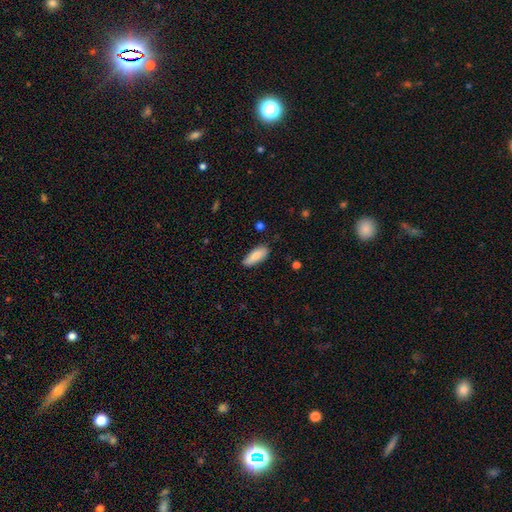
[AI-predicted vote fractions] Smooth or featured: smooth — 85% (featured or disk — 9%)
How rounded: in between — 76% (cigar-shaped — 22%)
Merging: none — 82% (minor disturbance — 14%)